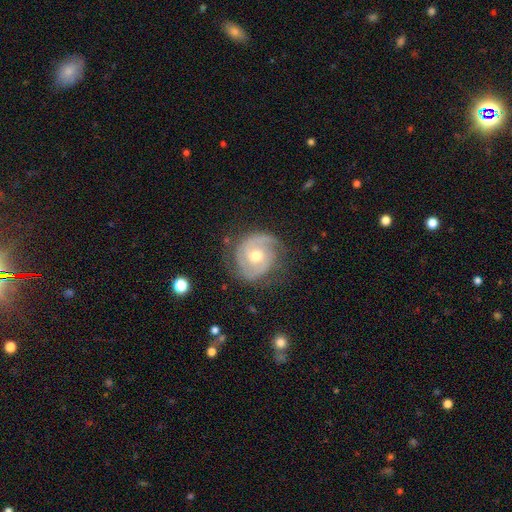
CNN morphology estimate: smooth_or_featured: featured or disk (p=0.86) [alt: smooth p=0.09]
disk_edge_on: no (p=0.98) [alt: yes p=0.02]
bar: no (p=0.61) [alt: weak p=0.31]
has_spiral_arms: yes (p=0.96) [alt: no p=0.04]
spiral_winding: tight (p=0.52) [alt: medium p=0.39]
spiral_arm_count: 2 (p=0.75) [alt: 3 p=0.09]
bulge_size: moderate (p=0.70) [alt: small p=0.25]
merging: none (p=0.76) [alt: minor disturbance p=0.17]